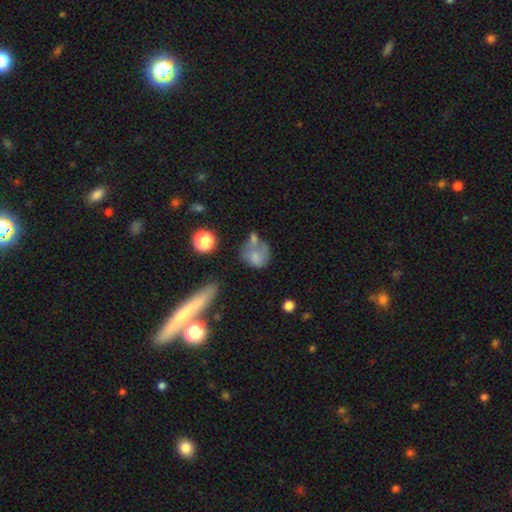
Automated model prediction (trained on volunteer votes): Smooth or featured? Predicted: smooth (p=0.62). How rounded? Predicted: round (p=0.62). Merging? Predicted: none (p=0.32).